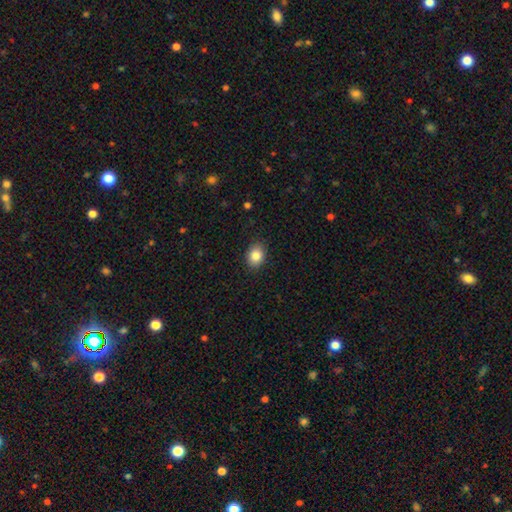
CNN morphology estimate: type=smooth (85%); roundness=in between (58%); merging=none (88%).